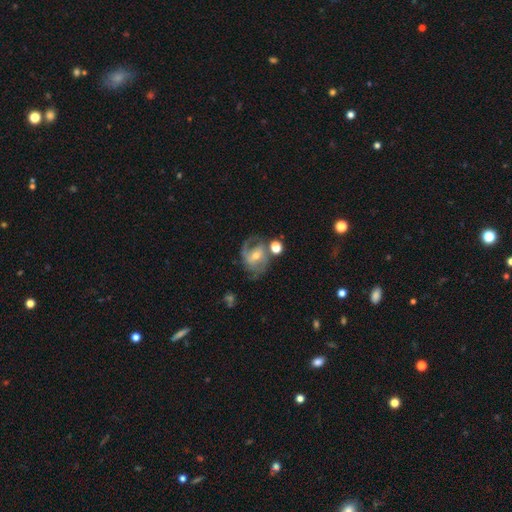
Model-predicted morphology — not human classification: type=featured or disk (75%); edge-on=no (97%); bar=weak (44%); spiral arms=yes (89%); winding=medium (50%); arm count=2 (69%); bulge=moderate (51%); merging=none (55%).